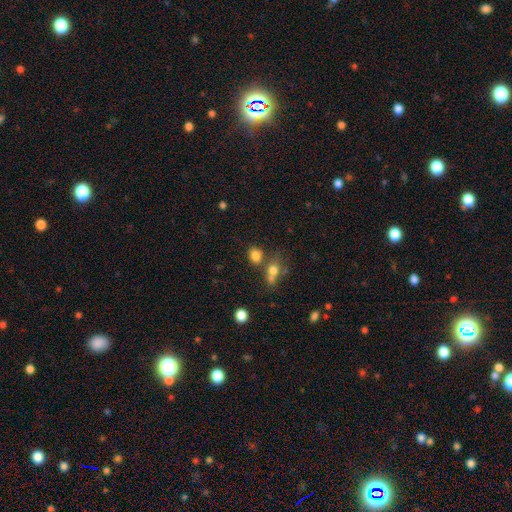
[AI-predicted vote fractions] Smooth or featured? Predicted: smooth (p=0.78). How rounded? Predicted: round (p=0.57). Merging? Predicted: none (p=0.56).